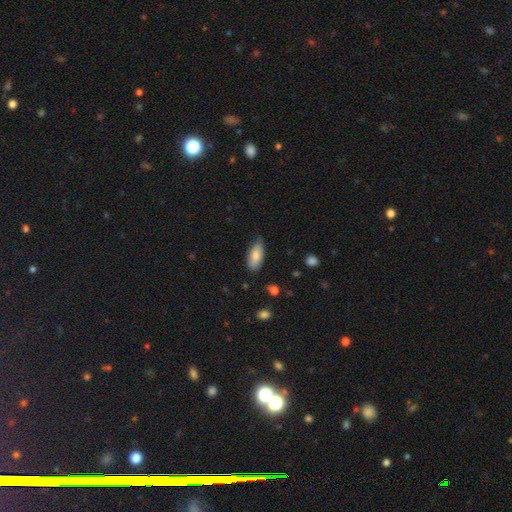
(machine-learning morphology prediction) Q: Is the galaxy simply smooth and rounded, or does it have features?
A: smooth — 81%.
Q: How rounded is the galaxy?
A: in between — 86%.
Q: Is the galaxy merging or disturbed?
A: none — 68%.